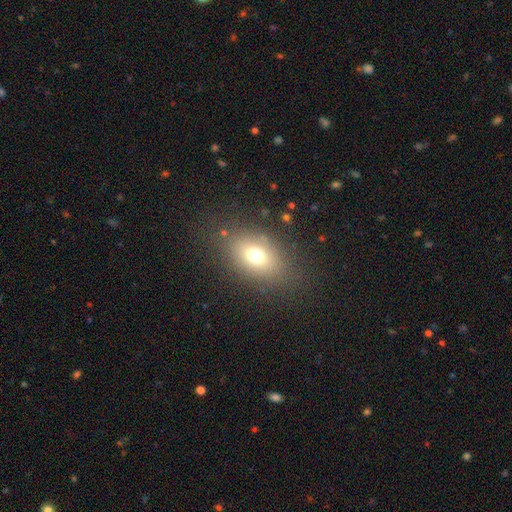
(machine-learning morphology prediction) Overall: smooth (69%). How rounded: in between (72%). Merging: none (79%).